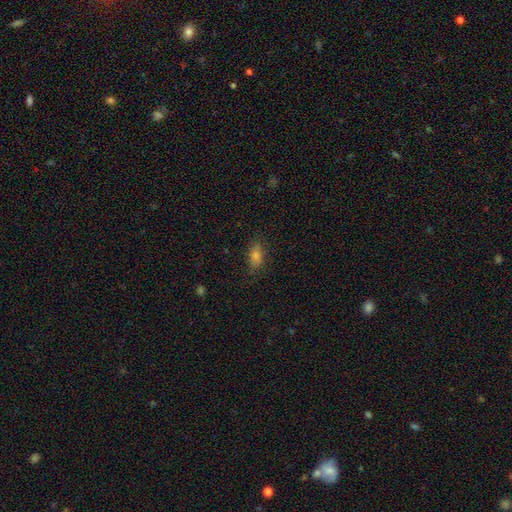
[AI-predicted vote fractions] smooth-or-featured: smooth: 70% | star or artifact: 17% | featured or disk: 13%
  how-rounded: in between: 82% | round: 11% | cigar-shaped: 7%
  merging: none: 79% | minor disturbance: 16% | major disturbance: 4% | merger: 1%